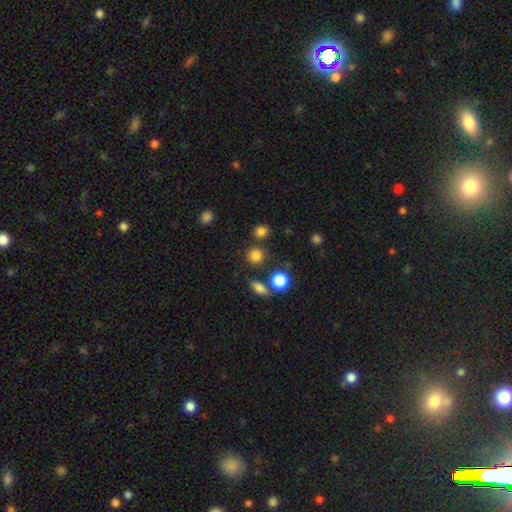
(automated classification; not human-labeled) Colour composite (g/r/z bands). It shows a smooth galaxy with no disk features (81%) that is round (89%). Merging: none (77%).